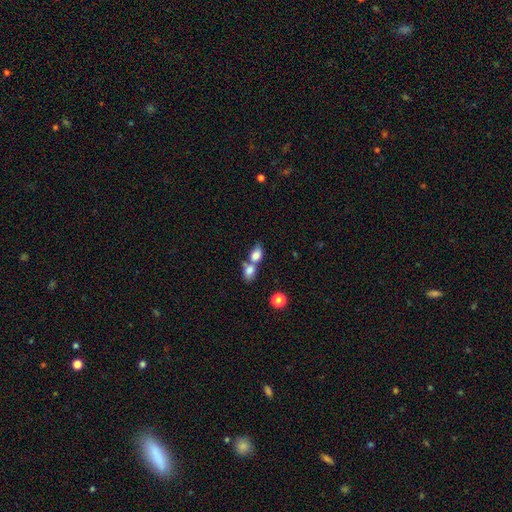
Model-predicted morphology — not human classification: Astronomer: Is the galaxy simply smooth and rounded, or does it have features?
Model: smooth — 80%.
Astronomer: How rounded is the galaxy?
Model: in between — 74%.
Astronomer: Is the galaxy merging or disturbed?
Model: merger — 63%.